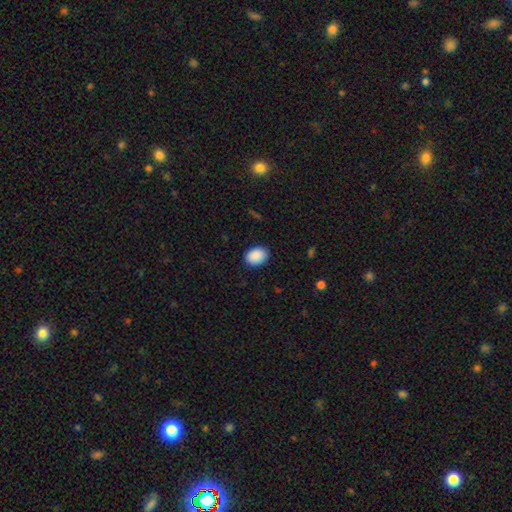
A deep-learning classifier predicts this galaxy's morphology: Overall: smooth (90%). How rounded: in between (72%). Merging: none (88%).